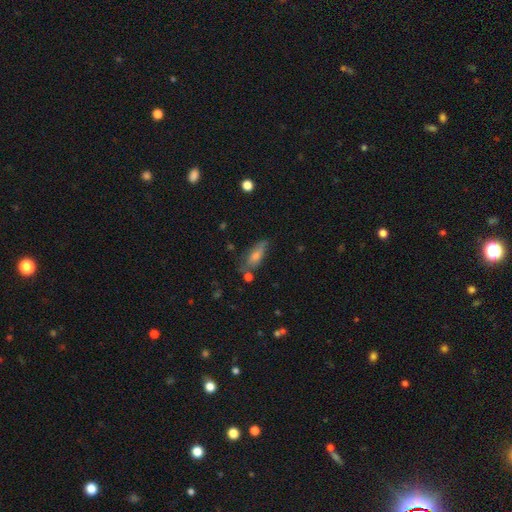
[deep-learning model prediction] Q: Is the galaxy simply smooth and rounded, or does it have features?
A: smooth — 56%.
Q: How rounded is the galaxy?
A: in between — 61%.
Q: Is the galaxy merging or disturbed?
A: none — 61%.